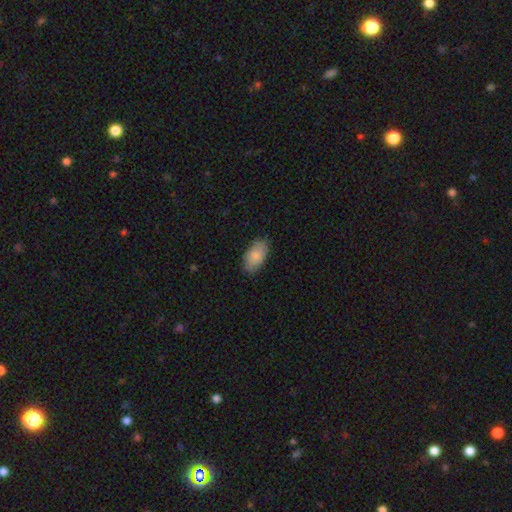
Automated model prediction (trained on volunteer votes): A smooth galaxy with no disk features (77%) that is in between round and cigar-shaped (94%). Merging: none (79%).